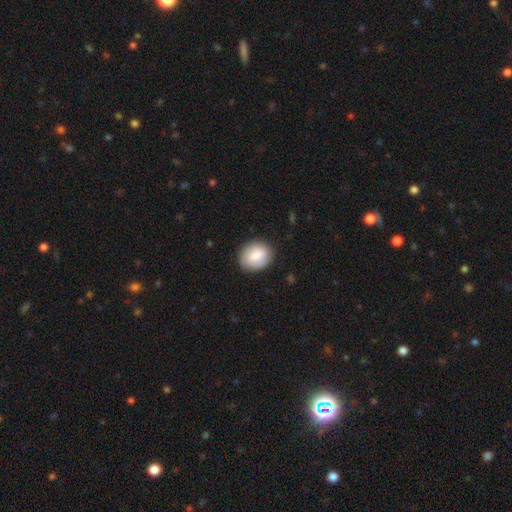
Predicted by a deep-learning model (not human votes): Smooth or featured? smooth (70%)
How rounded? round (59%)
Merging? none (84%)